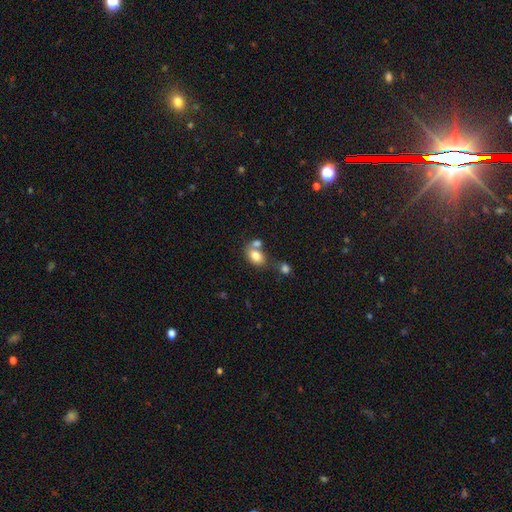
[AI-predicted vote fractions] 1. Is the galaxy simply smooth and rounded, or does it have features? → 79% smooth, 12% featured or disk, 9% star or artifact.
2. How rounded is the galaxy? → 82% in between, 17% round, 1% cigar-shaped.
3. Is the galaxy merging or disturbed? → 45% none, 36% merger, 14% minor disturbance, 5% major disturbance.